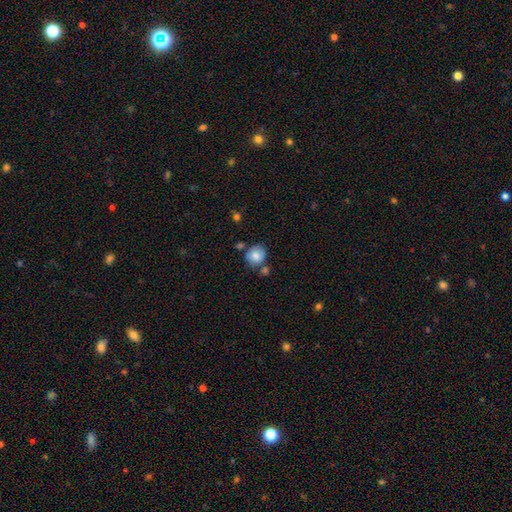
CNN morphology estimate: smooth_or_featured: smooth (p=0.81) [alt: featured or disk p=0.11]
how_rounded: round (p=0.82) [alt: in between p=0.17]
merging: none (p=0.63) [alt: minor disturbance p=0.18]